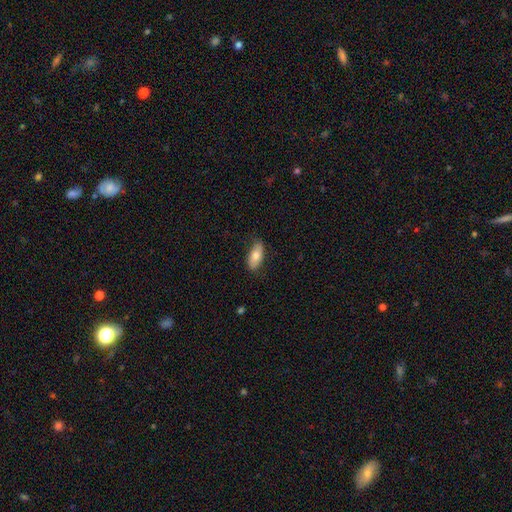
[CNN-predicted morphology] smooth 76%, featured or disk 19%, star or artifact 6%. Down the decision tree: how rounded — in between (85%); merging — none (79%).